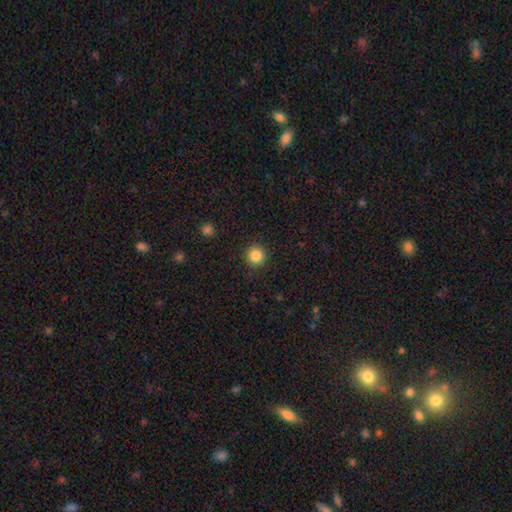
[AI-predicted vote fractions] A smooth galaxy with no disk features (86%) that is round (95%).

Vote fractions:
- Smooth or featured? smooth: 86% / star or artifact: 10% / featured or disk: 4%
- How rounded? round: 95% / in between: 4% / cigar-shaped: 1%
- Merging? none: 92% / minor disturbance: 5% / major disturbance: 2% / merger: 1%